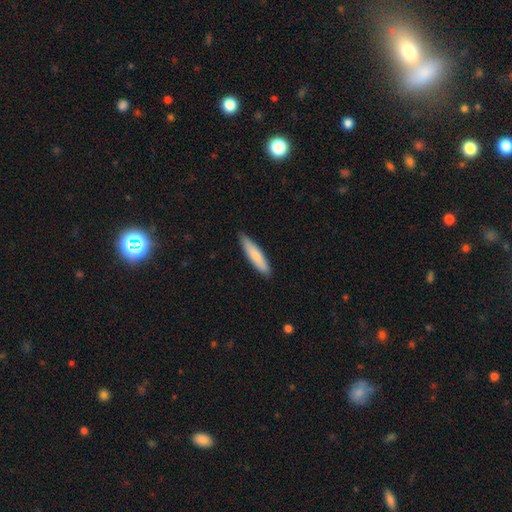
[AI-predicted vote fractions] A smooth galaxy with no disk features (76%) that is cigar-shaped (83%). Merging: none (87%).